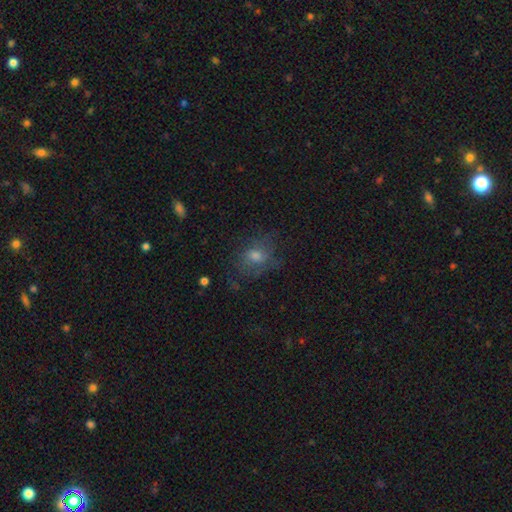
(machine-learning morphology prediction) A smooth galaxy with no disk features (53%) that is round (50%). Merging: none (59%).